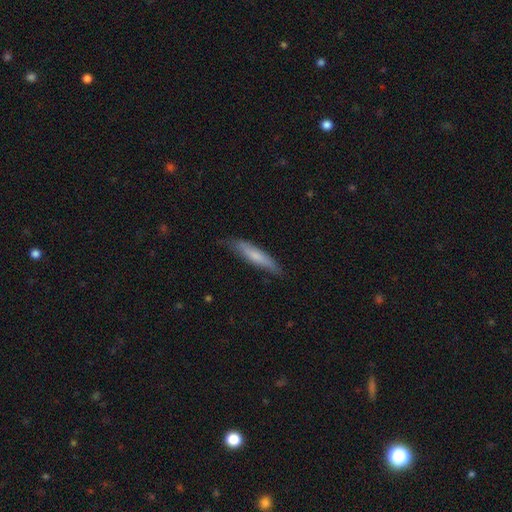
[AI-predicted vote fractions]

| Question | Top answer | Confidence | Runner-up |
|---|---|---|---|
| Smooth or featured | smooth | 66% | featured or disk (29%) |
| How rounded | cigar-shaped | 86% | in between (12%) |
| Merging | none | 77% | minor disturbance (18%) |